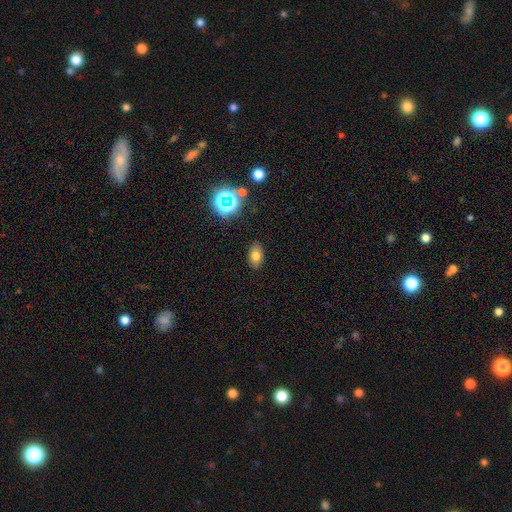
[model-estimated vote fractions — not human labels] The model was most divided on "smooth or featured": smooth: 74%, star or artifact: 15%, featured or disk: 12%. More confident: how rounded — in between (87%); merging — none (85%).